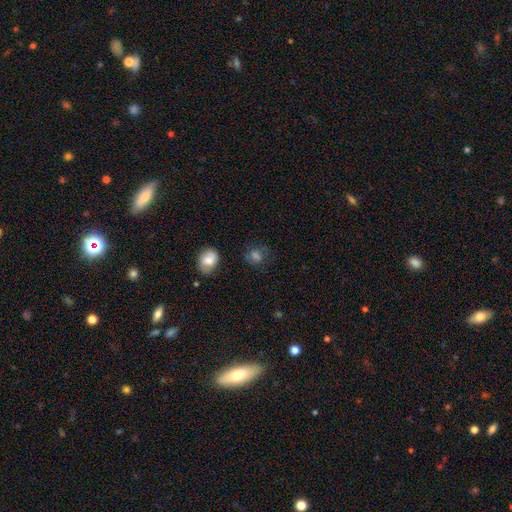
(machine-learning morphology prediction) Overall: smooth (71%). How rounded: round (67%; in between 32%). Merging: none (68%).